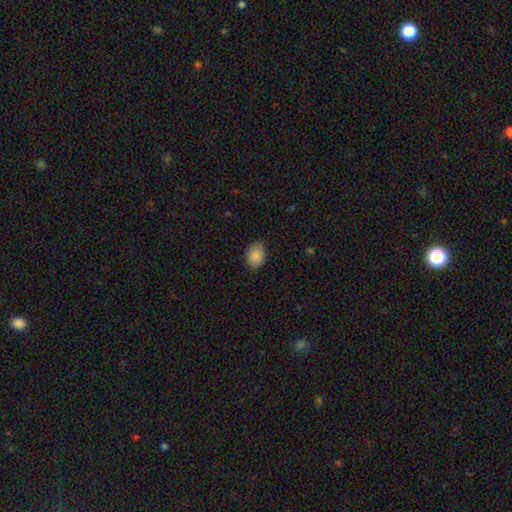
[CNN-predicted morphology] Overall: smooth (88%). How rounded: in between (78%). Merging: none (86%).